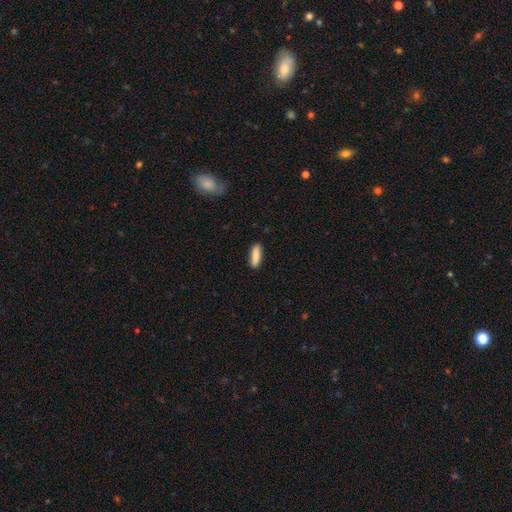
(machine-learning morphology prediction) Smooth or featured? smooth (83%)
How rounded? cigar-shaped (54%)
Merging? none (87%)